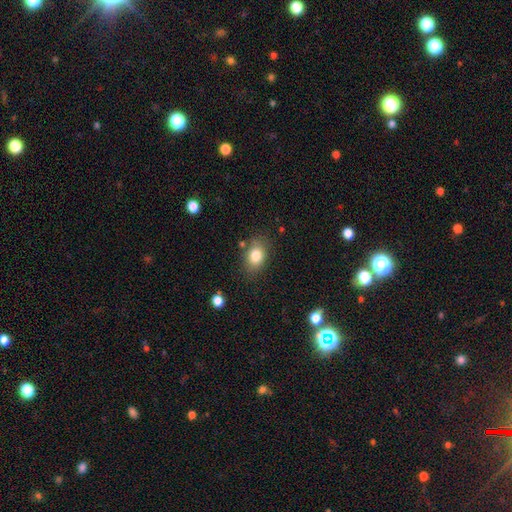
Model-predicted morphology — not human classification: Overall: smooth (82%). How rounded: in between (74%). Merging: none (78%).